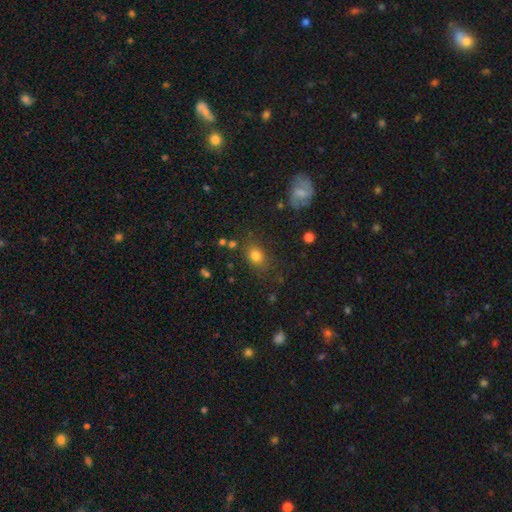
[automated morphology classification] The model was most divided on "how rounded": in between: 58%, round: 40%, cigar-shaped: 2%. More confident: smooth or featured — smooth (79%); merging — none (75%).